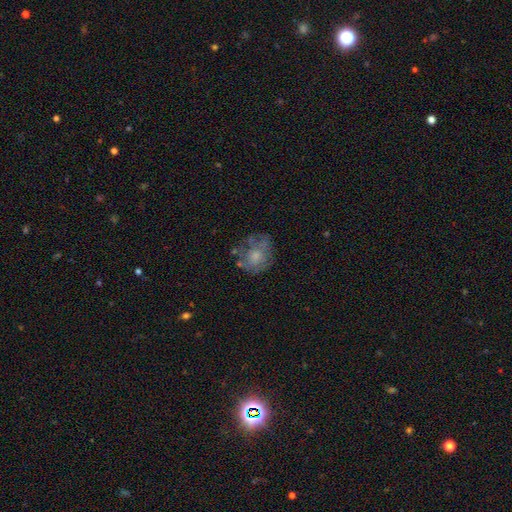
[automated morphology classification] This is possibly a smooth galaxy (49%). Merging: possibly none (56%).